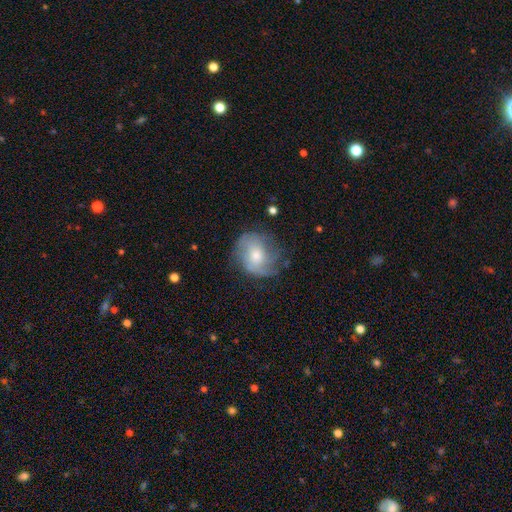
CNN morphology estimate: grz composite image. It shows a featured or disk galaxy (49%). Merging: none (57%).